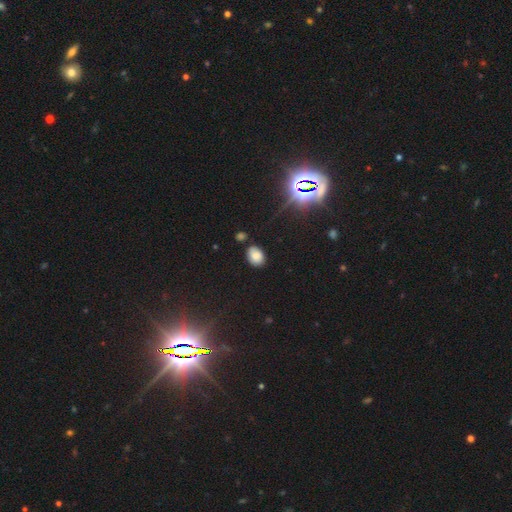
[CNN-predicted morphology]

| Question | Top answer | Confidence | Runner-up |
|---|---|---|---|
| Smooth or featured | smooth | 80% | star or artifact (13%) |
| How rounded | in between | 75% | round (24%) |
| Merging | none | 78% | minor disturbance (15%) |